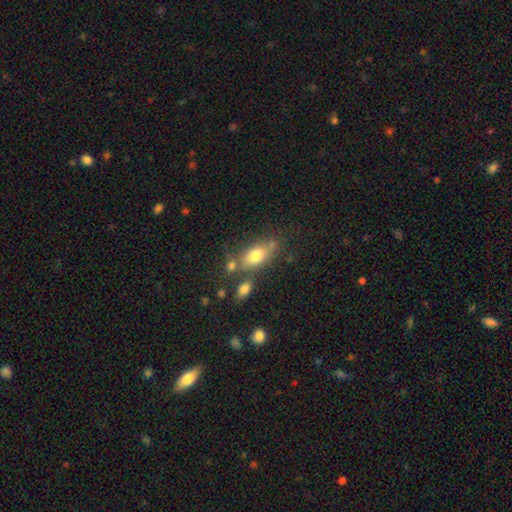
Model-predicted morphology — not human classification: A smooth galaxy with no disk features (76%) that is in between round and cigar-shaped (81%).

Vote fractions:
- Smooth or featured? smooth: 76% / featured or disk: 15% / star or artifact: 9%
- How rounded? in between: 81% / round: 9% / cigar-shaped: 9%
- Merging? none: 58% / merger: 19% / minor disturbance: 16% / major disturbance: 6%